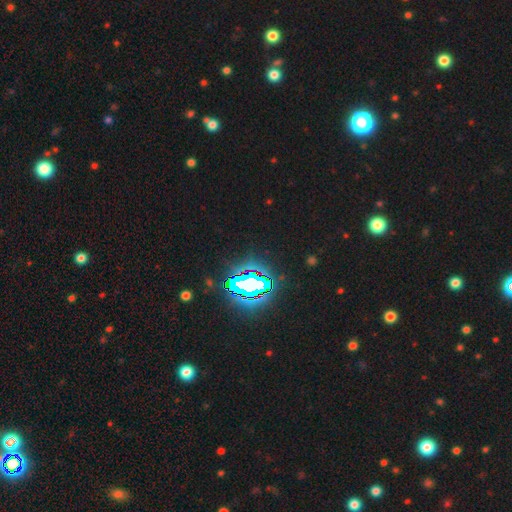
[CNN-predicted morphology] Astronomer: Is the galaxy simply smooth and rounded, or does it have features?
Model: star or artifact — 82%.